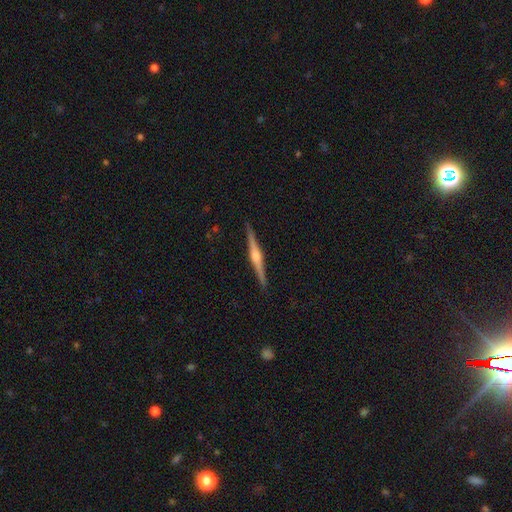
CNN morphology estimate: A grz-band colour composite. It shows a featured or disk galaxy (83%) viewed edge-on (99%) with a rounded central bulge (87%). Merging: none (92%).